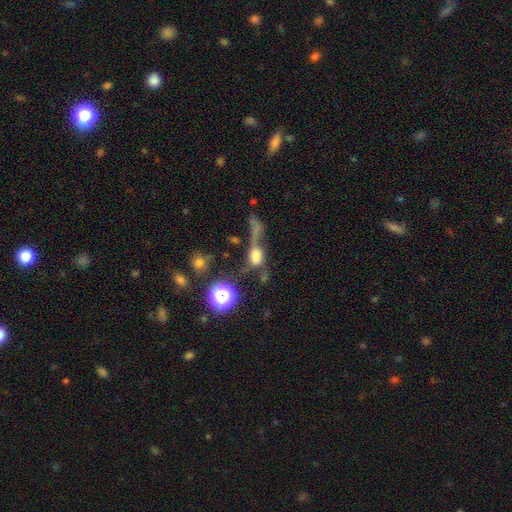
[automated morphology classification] This appears to be a smooth galaxy with no disk features (51%) that is in between round and cigar-shaped (55%). Merging: major disturbance (35%).